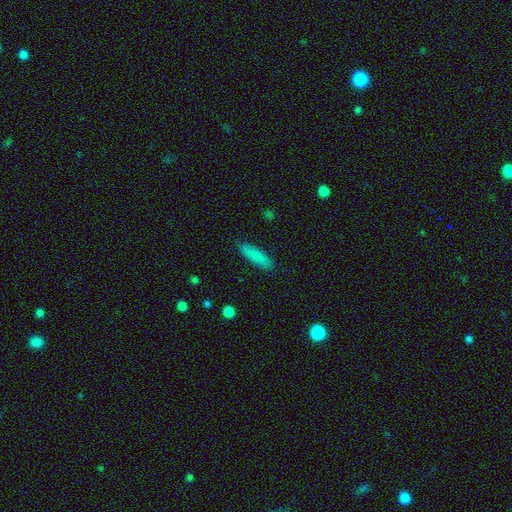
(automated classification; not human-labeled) smooth_or_featured: smooth (p=0.84) [alt: featured or disk p=0.09]
how_rounded: cigar-shaped (p=0.67) [alt: in between p=0.31]
merging: none (p=0.88) [alt: minor disturbance p=0.09]